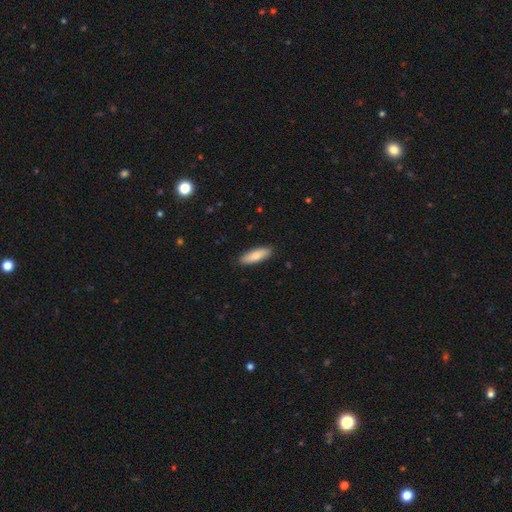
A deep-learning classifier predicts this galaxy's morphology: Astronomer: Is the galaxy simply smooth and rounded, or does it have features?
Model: smooth — 81%.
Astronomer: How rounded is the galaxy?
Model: in between — 56% (runner-up: cigar-shaped, 42%).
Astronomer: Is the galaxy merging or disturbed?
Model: none — 89%.